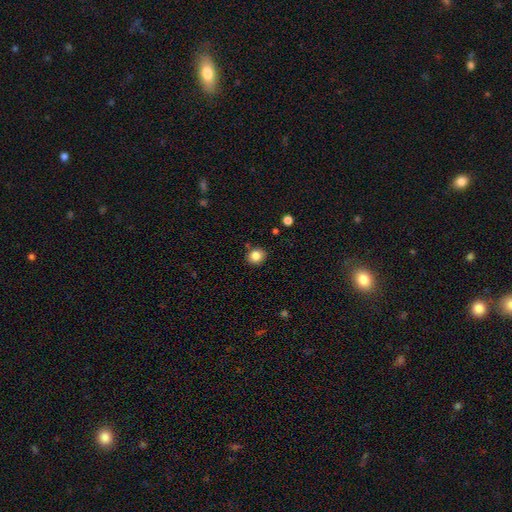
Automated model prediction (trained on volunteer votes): Q: Smooth or featured?
A: smooth (83%); runner-up: star or artifact (11%)
Q: How rounded?
A: round (78%); runner-up: in between (21%)
Q: Merging?
A: none (87%); runner-up: minor disturbance (9%)